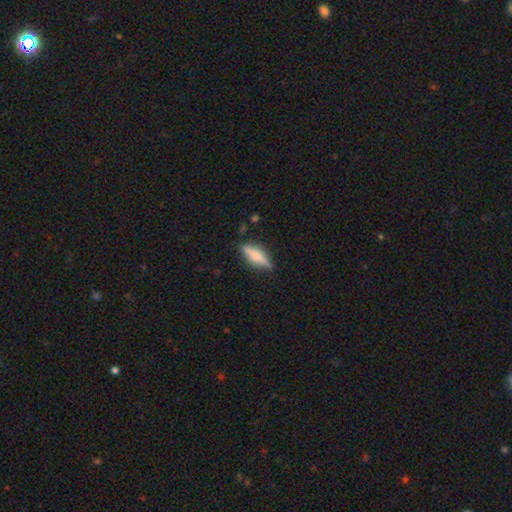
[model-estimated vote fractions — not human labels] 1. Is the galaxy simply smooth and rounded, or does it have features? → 50% smooth, 43% featured or disk, 8% star or artifact.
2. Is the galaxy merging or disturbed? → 82% none, 13% minor disturbance, 3% major disturbance, 2% merger.